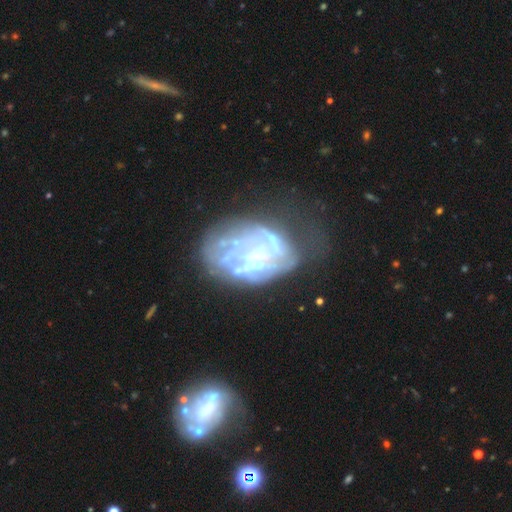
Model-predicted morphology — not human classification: A featured or disk galaxy (73%) with no bar (75%), no spiral arms (67%) and no central bulge (46%). Merging: major disturbance (34%).